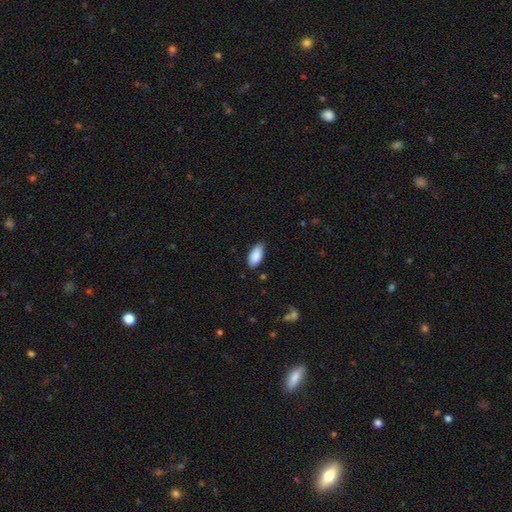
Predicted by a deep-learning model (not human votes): Overall: smooth (89%). How rounded: in between (92%). Merging: none (79%).